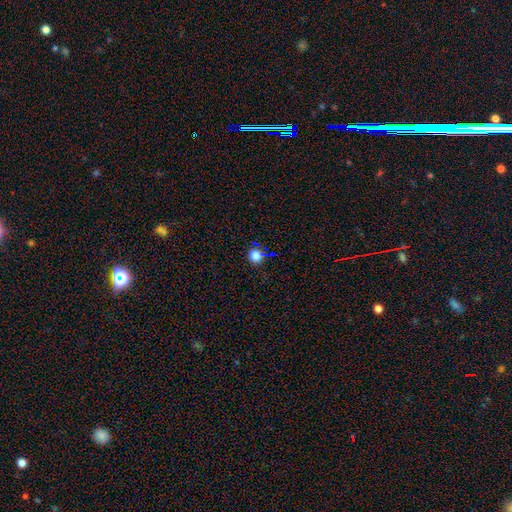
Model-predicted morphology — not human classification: smooth-or-featured: smooth: 80% | star or artifact: 15% | featured or disk: 5%
  how-rounded: round: 86% | in between: 13% | cigar-shaped: 1%
  merging: none: 77% | minor disturbance: 16% | major disturbance: 4% | merger: 4%